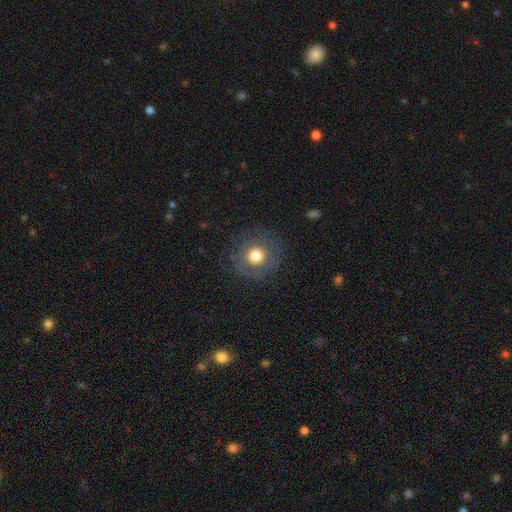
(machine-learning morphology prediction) type=smooth (66%); roundness=round (94%); merging=none (81%).